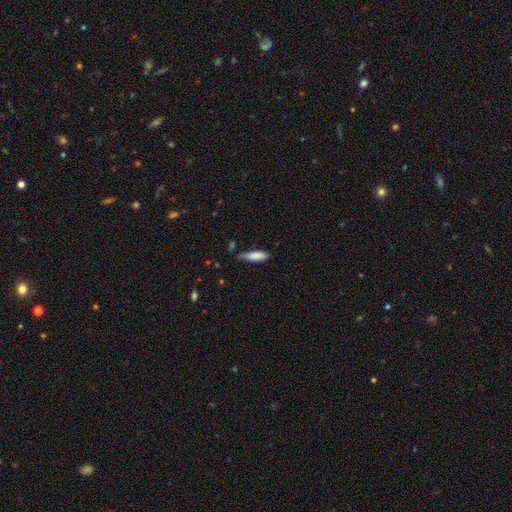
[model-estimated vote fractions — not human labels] Q: Smooth or featured?
A: smooth (84%); runner-up: featured or disk (9%)
Q: How rounded?
A: cigar-shaped (52%); runner-up: in between (46%)
Q: Merging?
A: none (58%); runner-up: minor disturbance (32%)